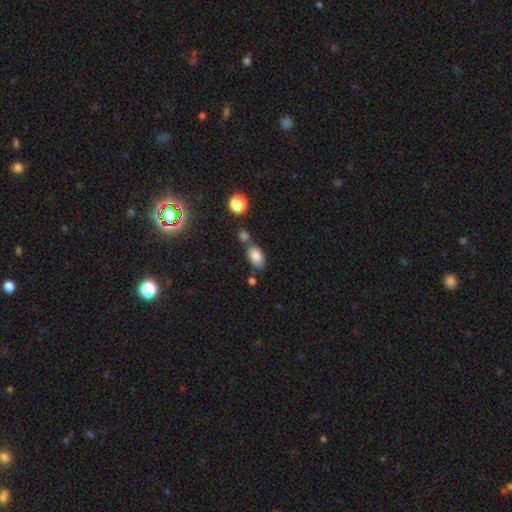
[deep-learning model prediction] smooth 83%, star or artifact 9%, featured or disk 8%. Down the decision tree: how rounded — in between (91%); merging — none (65%).